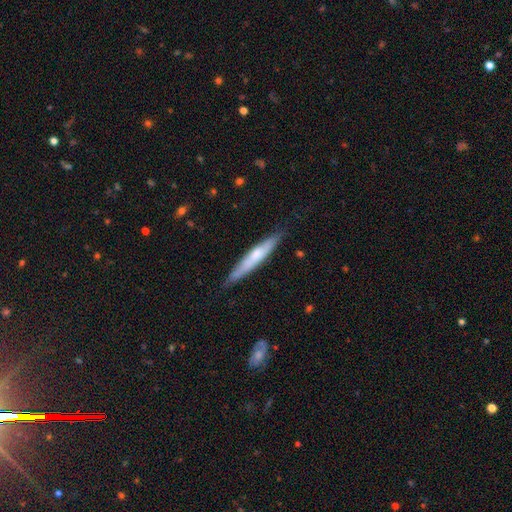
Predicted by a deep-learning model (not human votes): This appears to be a smooth galaxy with no disk features (55%) that is cigar-shaped (93%). Merging: none (80%).